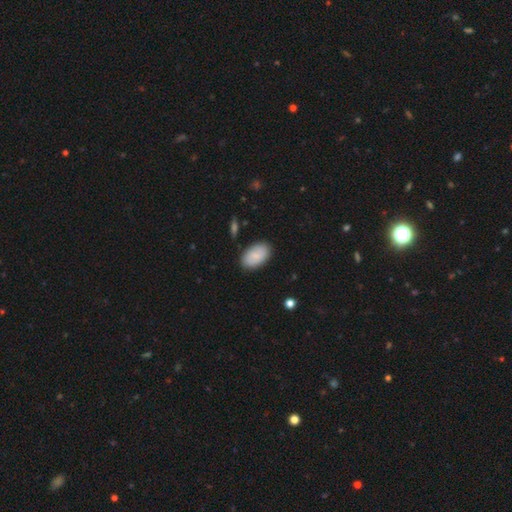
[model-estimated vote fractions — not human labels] Smooth or featured?
  - smooth: 82% *
  - featured or disk: 12%
  - star or artifact: 6%
How rounded?
  - in between: 94% *
  - round: 4%
  - cigar-shaped: 1%
Merging?
  - none: 86% *
  - minor disturbance: 10%
  - major disturbance: 2%
  - merger: 2%